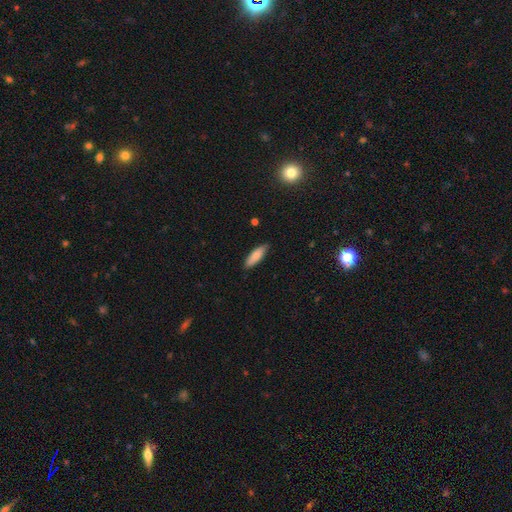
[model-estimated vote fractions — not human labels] Smooth or featured?
  - smooth: 80% *
  - featured or disk: 14%
  - star or artifact: 6%
How rounded?
  - cigar-shaped: 51% *
  - in between: 47%
  - round: 2%
Merging?
  - none: 85% *
  - minor disturbance: 12%
  - major disturbance: 2%
  - merger: 1%